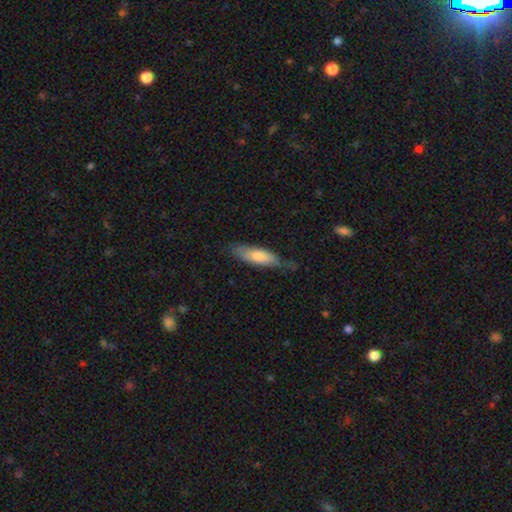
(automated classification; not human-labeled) Smooth or featured: smooth — 70% (featured or disk — 24%)
How rounded: cigar-shaped — 53% (in between — 45%)
Merging: none — 67% (minor disturbance — 25%)